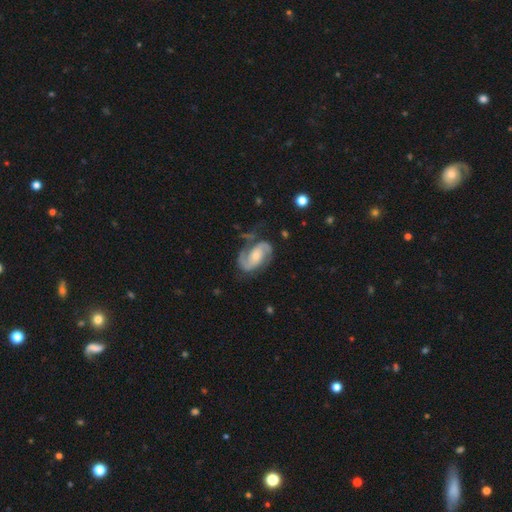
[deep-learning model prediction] The model was most divided on "bulge size": small: 46%, moderate: 44%, large: 5%, none: 4%, dominant: 1%. More confident: edge-on disk — no (97%); spiral arms — yes (97%); spiral arm count — 2 (90%); smooth or featured — featured or disk (87%); merging — none (66%); spiral winding — medium (52%); bar — no (51%).